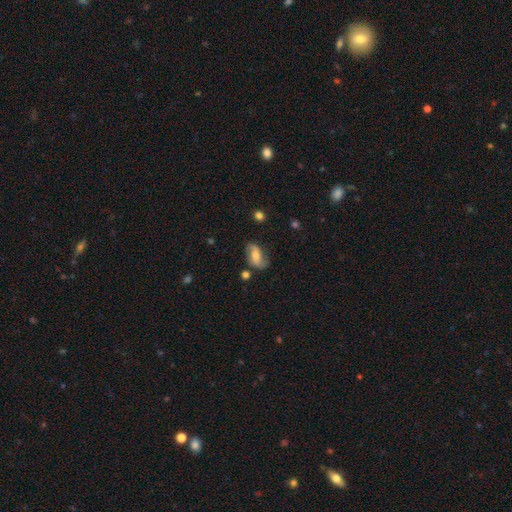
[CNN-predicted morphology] This appears to be a featured or disk galaxy (57%) with no bar (40%), spiral arms (87%) and a moderate central bulge (49%). Merging: none (69%).